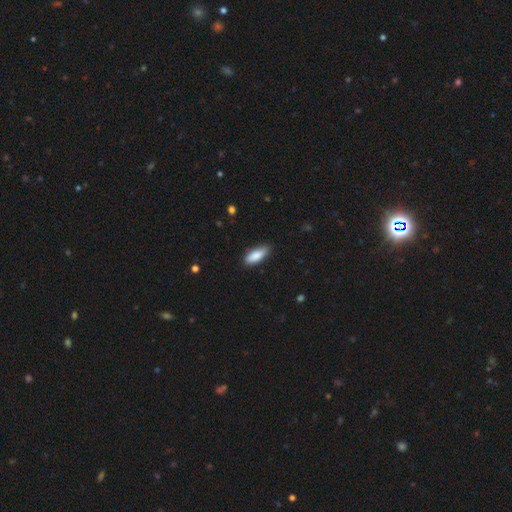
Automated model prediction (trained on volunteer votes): smooth-or-featured: smooth: 88% | featured or disk: 6% | star or artifact: 6%
  how-rounded: in between: 77% | cigar-shaped: 21% | round: 2%
  merging: none: 83% | minor disturbance: 14% | major disturbance: 2% | merger: 1%